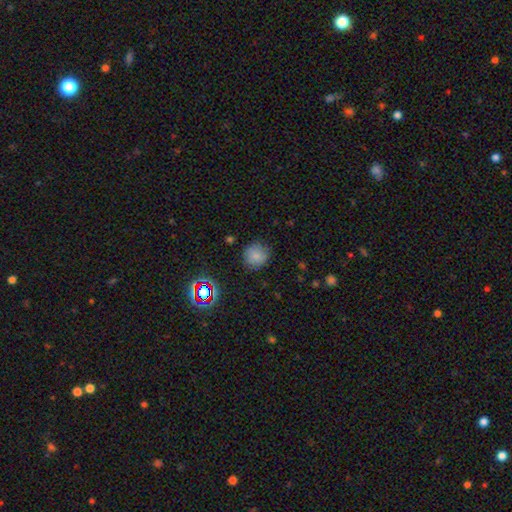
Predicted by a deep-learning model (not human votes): Smooth or featured: smooth — 76% (star or artifact — 15%)
How rounded: round — 91% (in between — 8%)
Merging: none — 83% (minor disturbance — 12%)